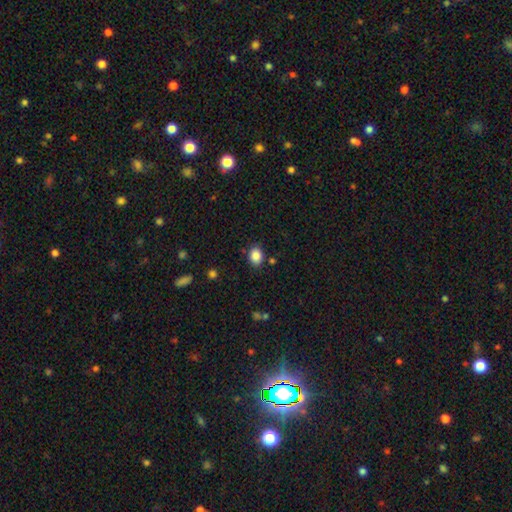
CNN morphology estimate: smooth 87%, star or artifact 9%, featured or disk 4%. Down the decision tree: how rounded — in between (58%); merging — none (82%).